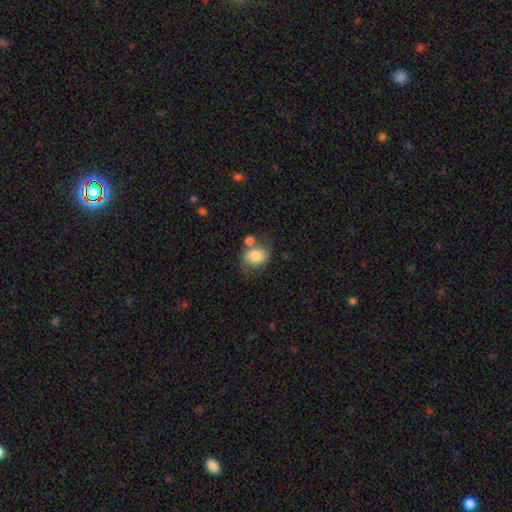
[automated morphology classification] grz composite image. It shows a smooth galaxy with no disk features (68%) that is round (51%). Merging: none (44%).